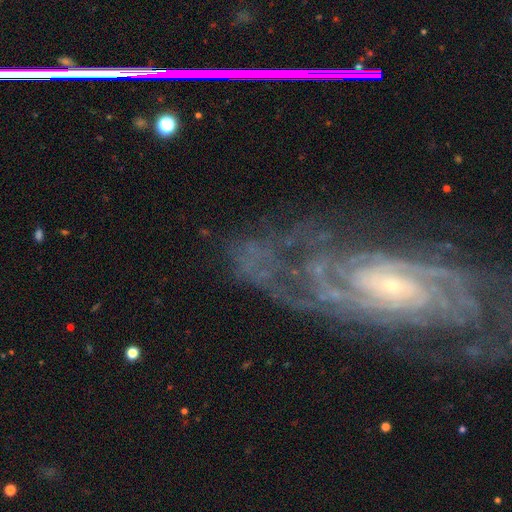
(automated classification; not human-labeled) This appears to be a featured or disk galaxy (80%) with no bar (64%), tight (64%) spiral arms (89%) and a small central bulge (71%). Merging: none (54%).